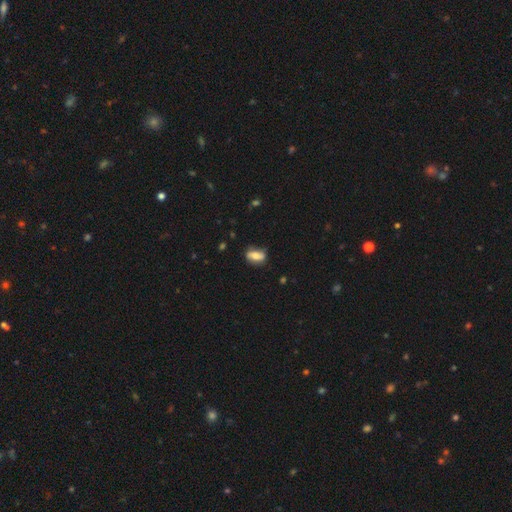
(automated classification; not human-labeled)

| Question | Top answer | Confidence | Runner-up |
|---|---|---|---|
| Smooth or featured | smooth | 62% | featured or disk (30%) |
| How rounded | in between | 83% | round (10%) |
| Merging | none | 67% | minor disturbance (24%) |